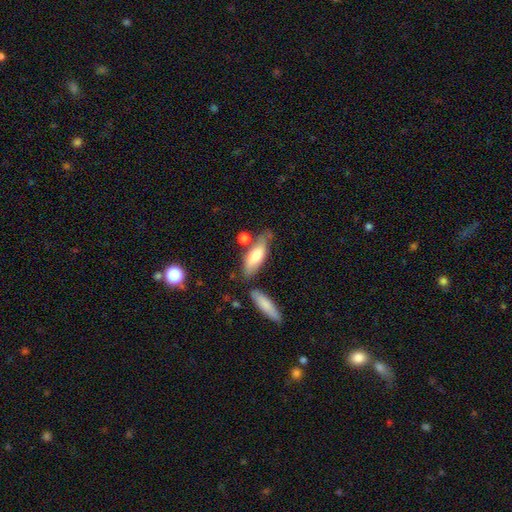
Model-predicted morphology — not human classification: The model was most divided on "how rounded": in between: 61%, cigar-shaped: 37%, round: 2%. More confident: smooth or featured — smooth (71%); merging — none (60%).